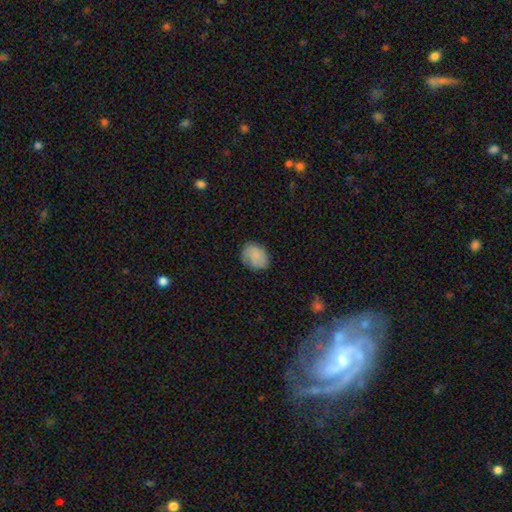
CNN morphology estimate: Smooth or featured?
  - smooth: 80% *
  - featured or disk: 12%
  - star or artifact: 8%
How rounded?
  - in between: 58% *
  - round: 41%
  - cigar-shaped: 1%
Merging?
  - none: 72% *
  - minor disturbance: 22%
  - major disturbance: 5%
  - merger: 1%